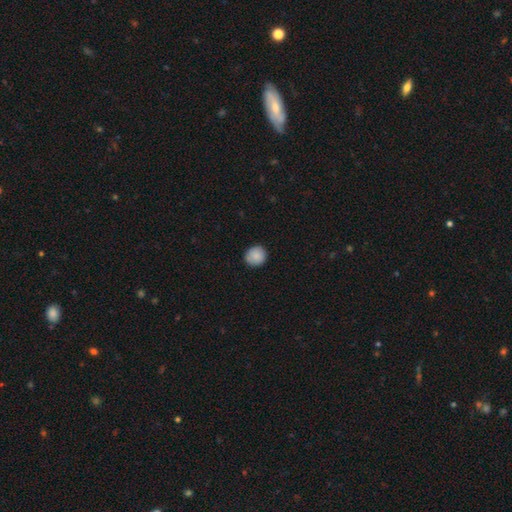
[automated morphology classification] A smooth galaxy with no disk features (88%) that is round (91%).

Vote fractions:
- Smooth or featured? smooth: 88% / star or artifact: 8% / featured or disk: 5%
- How rounded? round: 91% / in between: 8% / cigar-shaped: 1%
- Merging? none: 90% / minor disturbance: 7% / major disturbance: 2% / merger: 1%